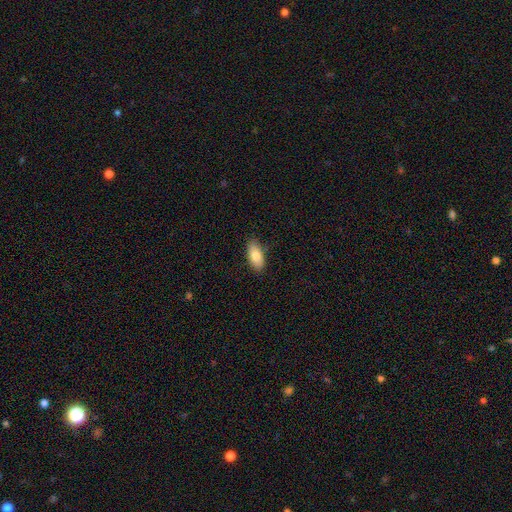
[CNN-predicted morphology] Smooth or featured: smooth — 80% (featured or disk — 14%)
How rounded: in between — 88% (cigar-shaped — 9%)
Merging: none — 86% (minor disturbance — 11%)